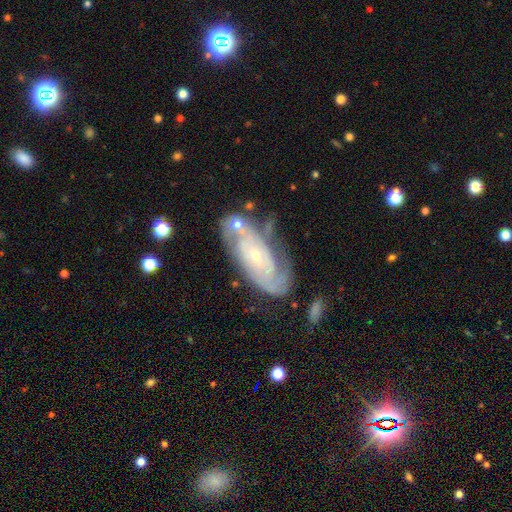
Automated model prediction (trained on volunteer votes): A featured or disk galaxy (84%) with no bar (68%), 2 (46%) tight (64%) spiral arms (93%) and a small central bulge (76%).

Vote fractions:
- Smooth or featured? featured or disk: 84% / smooth: 11% / star or artifact: 5%
- Edge-on disk? no: 93% / yes: 7%
- Bar? no: 68% / weak: 25% / strong: 7%
- Spiral arms? yes: 93% / no: 7%
- Spiral winding? tight: 64% / medium: 28% / loose: 8%
- Spiral arm count? 2: 46% / can't tell: 32% / 3: 10% / 1: 5% / 4: 4% / more than 4: 3%
- Bulge size? small: 76% / moderate: 20% / none: 1% / large: 1% / dominant: 1%
- Merging? none: 61% / minor disturbance: 21% / major disturbance: 10% / merger: 9%